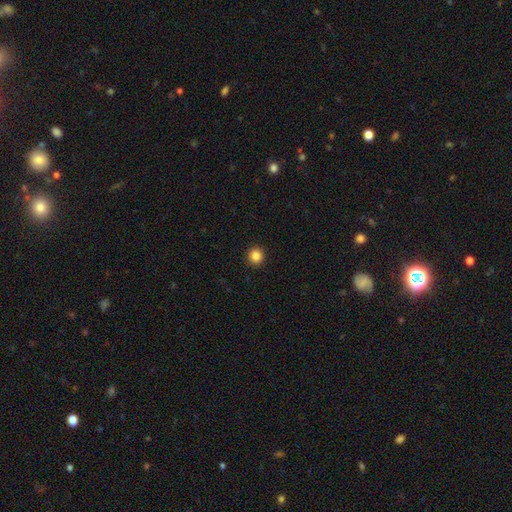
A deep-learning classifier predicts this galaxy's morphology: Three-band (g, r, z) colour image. It shows a smooth galaxy with no disk features (86%) that is round (94%). Merging: none (93%).